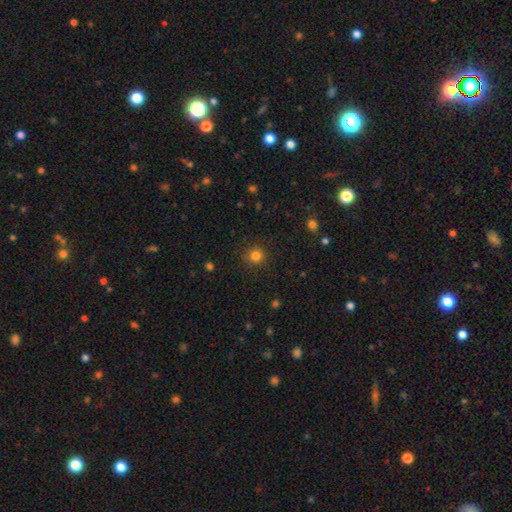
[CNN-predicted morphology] type=smooth (82%); roundness=round (92%); merging=none (87%).